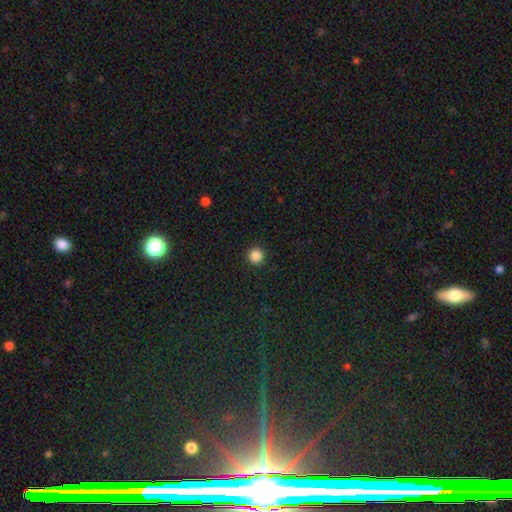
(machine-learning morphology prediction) The model was most divided on "smooth or featured": smooth: 86%, star or artifact: 11%, featured or disk: 3%. More confident: how rounded — round (96%); merging — none (93%).